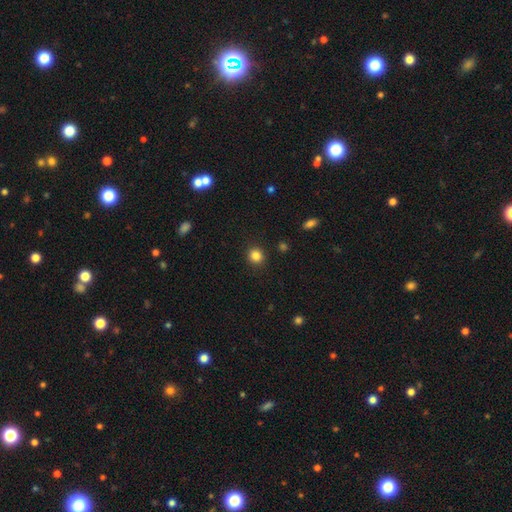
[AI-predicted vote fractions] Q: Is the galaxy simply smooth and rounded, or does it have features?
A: smooth — 84%.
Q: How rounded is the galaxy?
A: round — 84%.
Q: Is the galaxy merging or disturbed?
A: none — 91%.